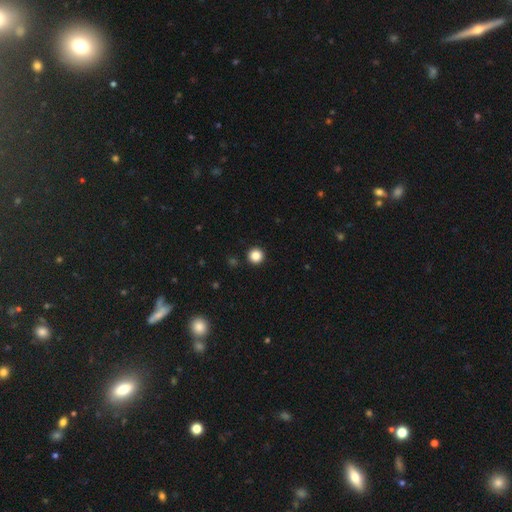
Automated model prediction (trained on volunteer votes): smooth_or_featured: smooth (p=0.85) [alt: star or artifact p=0.11]
how_rounded: round (p=0.96) [alt: in between p=0.03]
merging: none (p=0.94) [alt: minor disturbance p=0.04]